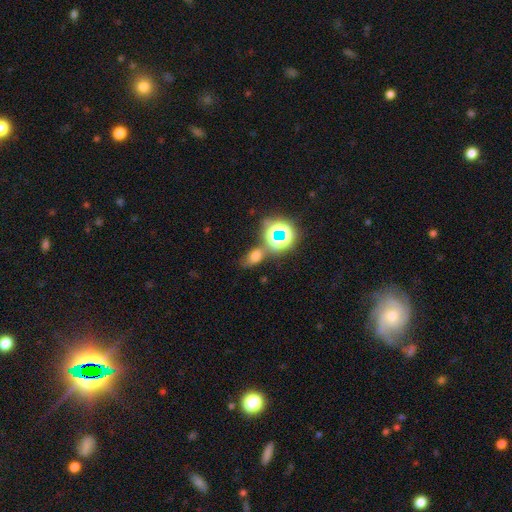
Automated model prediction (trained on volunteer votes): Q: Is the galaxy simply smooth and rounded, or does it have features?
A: smooth — 57%.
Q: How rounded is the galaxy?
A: in between — 79%.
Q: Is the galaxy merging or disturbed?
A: none — 58%.